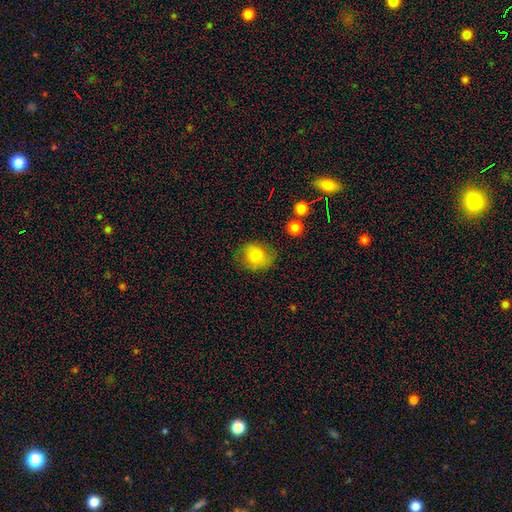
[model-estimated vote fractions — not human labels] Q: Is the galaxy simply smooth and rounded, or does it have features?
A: smooth — 82%.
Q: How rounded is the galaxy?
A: round — 65%.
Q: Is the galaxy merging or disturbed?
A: none — 71%.